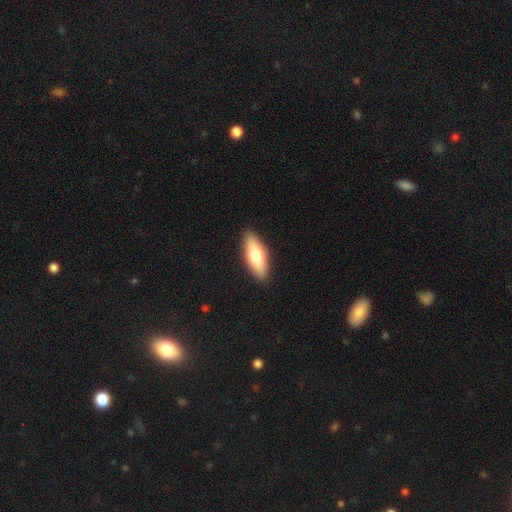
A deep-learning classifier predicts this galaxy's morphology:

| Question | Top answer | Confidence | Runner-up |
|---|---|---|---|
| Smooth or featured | smooth | 66% | featured or disk (28%) |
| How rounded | in between | 71% | cigar-shaped (27%) |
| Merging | none | 90% | minor disturbance (8%) |